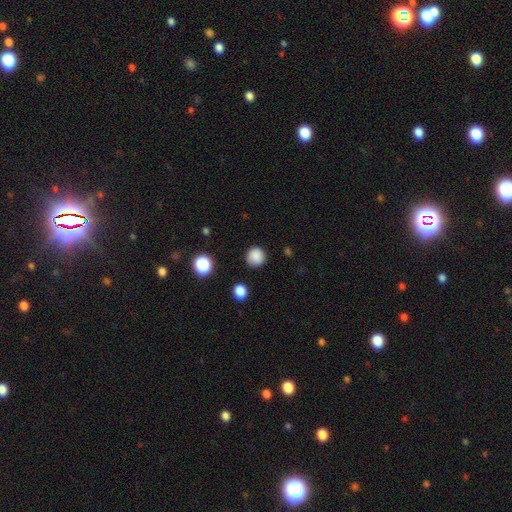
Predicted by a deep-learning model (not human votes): smooth_or_featured: smooth (p=0.85) [alt: star or artifact p=0.11]
how_rounded: round (p=0.91) [alt: in between p=0.08]
merging: none (p=0.85) [alt: minor disturbance p=0.10]